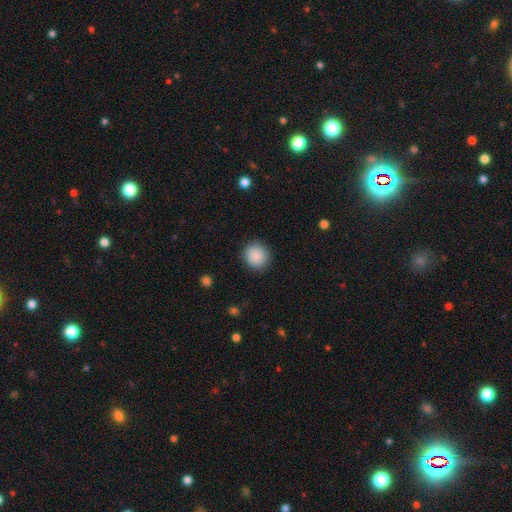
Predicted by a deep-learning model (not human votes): Smooth or featured? Predicted: smooth (p=0.89). How rounded? Predicted: round (p=0.89). Merging? Predicted: none (p=0.90).